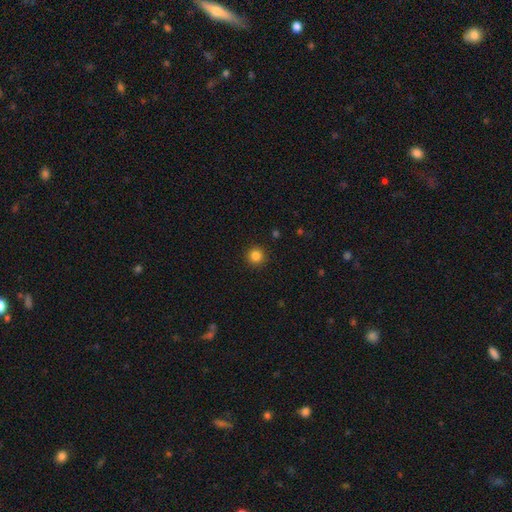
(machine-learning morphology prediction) Q: Smooth or featured?
A: smooth (84%); runner-up: star or artifact (11%)
Q: How rounded?
A: round (95%); runner-up: in between (4%)
Q: Merging?
A: none (93%); runner-up: minor disturbance (5%)